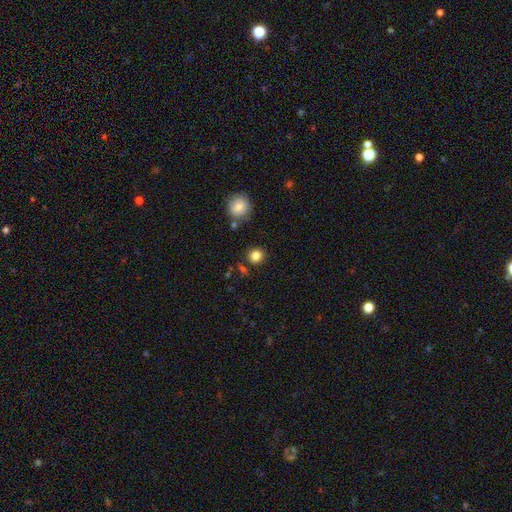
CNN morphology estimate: Smooth or featured? Predicted: smooth (p=0.83). How rounded? Predicted: round (p=0.89). Merging? Predicted: none (p=0.84).